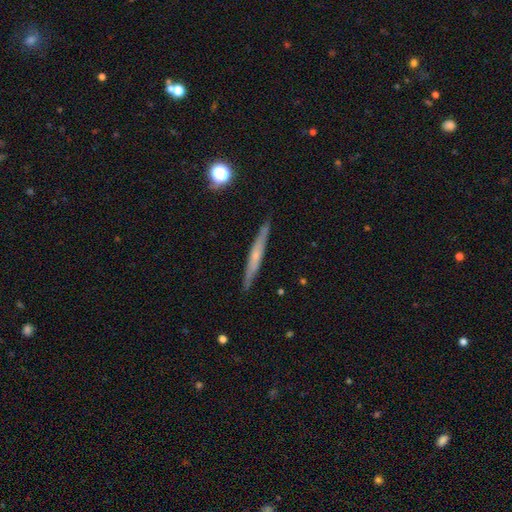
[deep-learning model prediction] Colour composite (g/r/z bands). It shows a featured or disk galaxy (56%) viewed edge-on (94%) with no central bulge (55%). Merging: none (89%).